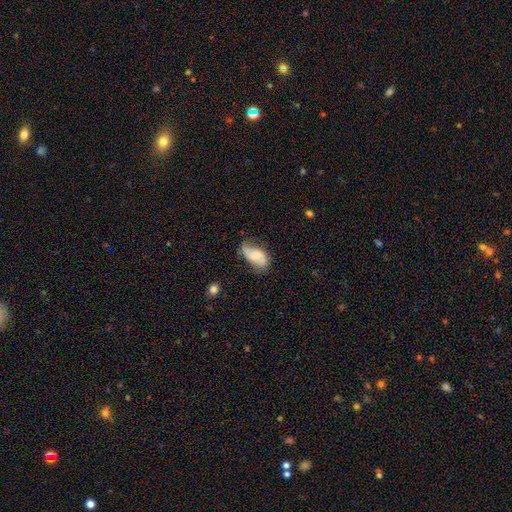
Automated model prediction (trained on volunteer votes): Overall: featured or disk (50%; smooth 43%). Merging: none (53%; minor disturbance 32%).